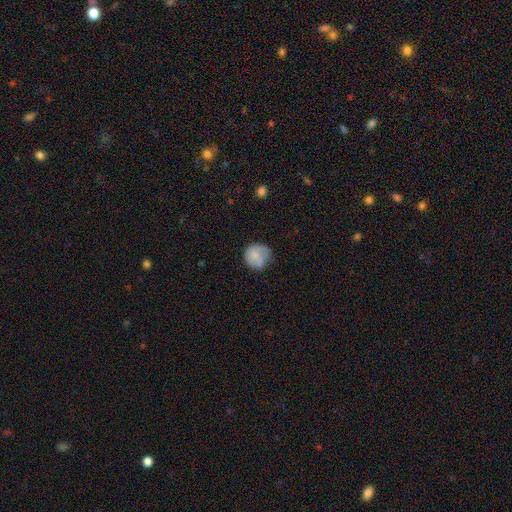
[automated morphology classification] Smooth or featured? smooth (75%)
How rounded? round (86%)
Merging? none (58%)